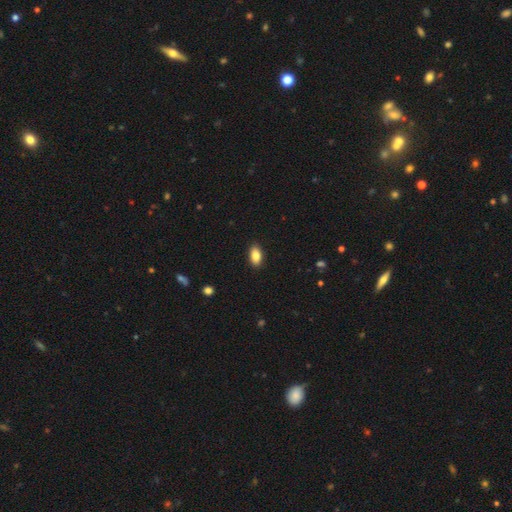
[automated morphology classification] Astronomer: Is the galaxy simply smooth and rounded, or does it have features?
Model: smooth — 86%.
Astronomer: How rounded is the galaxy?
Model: in between — 91%.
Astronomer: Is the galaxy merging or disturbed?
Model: none — 89%.